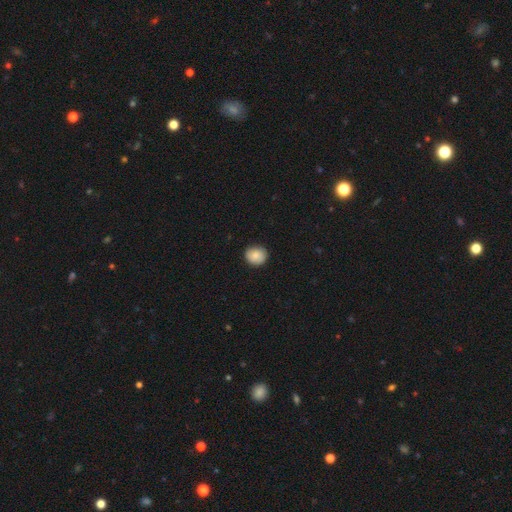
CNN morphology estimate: smooth-or-featured: smooth: 85% | star or artifact: 8% | featured or disk: 7%
  how-rounded: round: 82% | in between: 17% | cigar-shaped: 1%
  merging: none: 88% | minor disturbance: 10% | major disturbance: 2% | merger: 1%